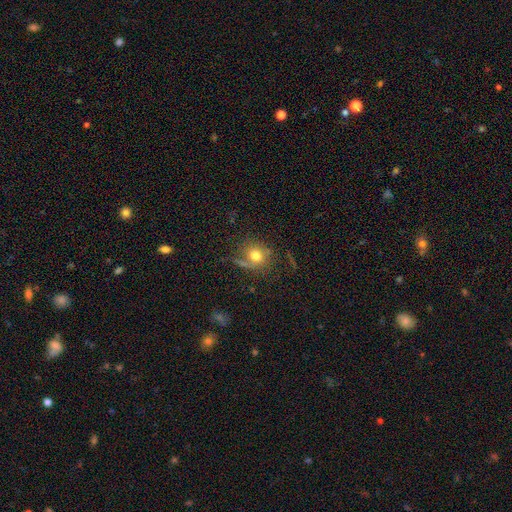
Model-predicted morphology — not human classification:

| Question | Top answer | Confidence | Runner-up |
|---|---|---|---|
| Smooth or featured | smooth | 70% | featured or disk (17%) |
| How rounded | round | 75% | in between (23%) |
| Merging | none | 66% | minor disturbance (19%) |